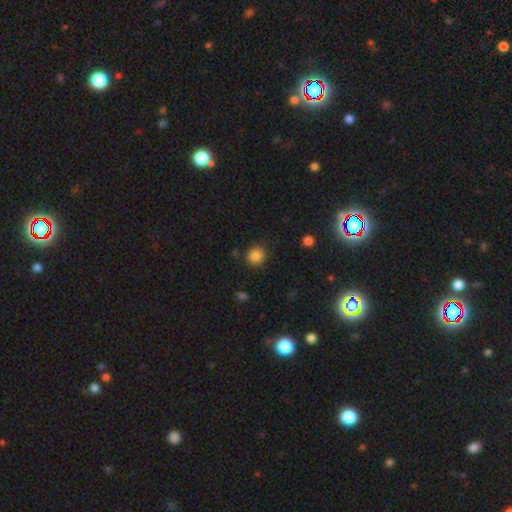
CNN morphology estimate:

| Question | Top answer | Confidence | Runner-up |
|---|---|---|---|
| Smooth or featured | smooth | 85% | star or artifact (11%) |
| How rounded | round | 87% | in between (12%) |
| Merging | none | 87% | minor disturbance (9%) |